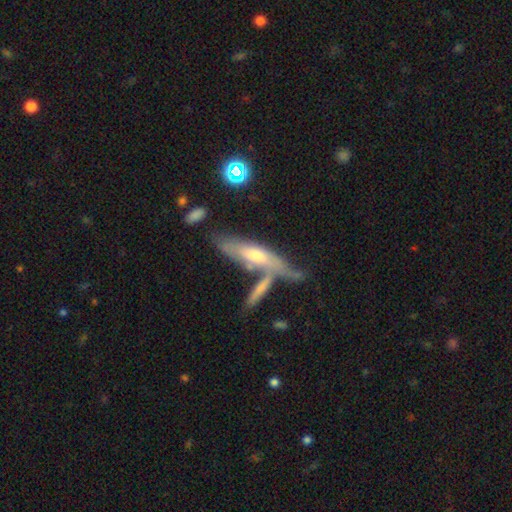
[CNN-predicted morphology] A featured or disk galaxy (49%).

Vote fractions:
- Smooth or featured? featured or disk: 49% / smooth: 44% / star or artifact: 7%
- Merging? none: 43% / merger: 32% / minor disturbance: 18% / major disturbance: 8%